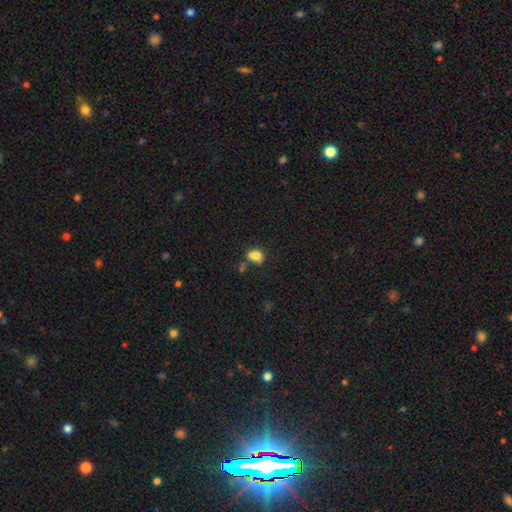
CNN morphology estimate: smooth 80%, star or artifact 11%, featured or disk 9%. Down the decision tree: how rounded — in between (63%); merging — none (47%).